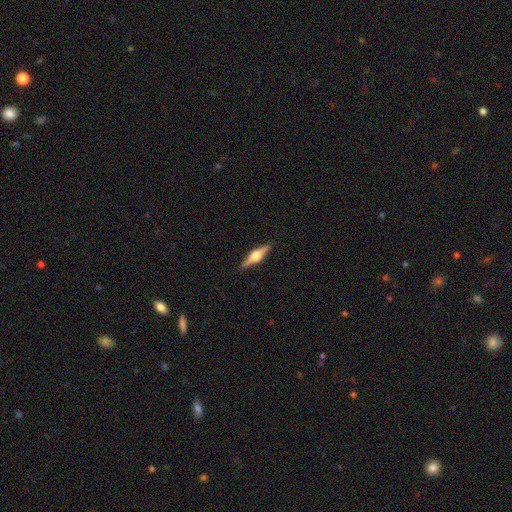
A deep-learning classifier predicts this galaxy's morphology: Overall: featured or disk (74%). Edge-on disk: yes (98%). Edge-on bulge: rounded (94%). Merging: none (90%).